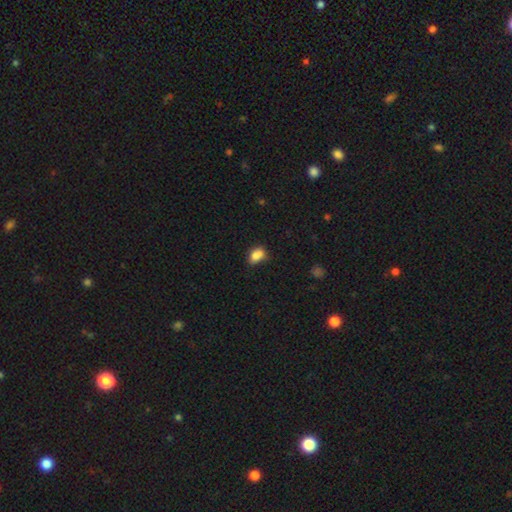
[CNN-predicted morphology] The model was most divided on "merging": none: 54%, minor disturbance: 26%, merger: 14%, major disturbance: 6%. More confident: smooth or featured — smooth (83%); how rounded — in between (78%).